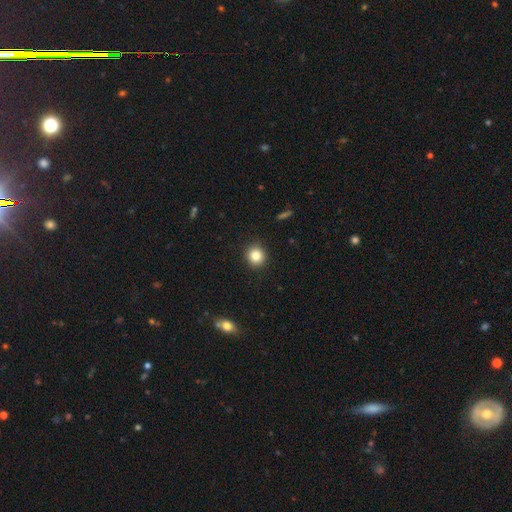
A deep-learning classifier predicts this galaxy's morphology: This is clearly a smooth galaxy (83%). How rounded: clearly round (89%). Merging: clearly none (92%).